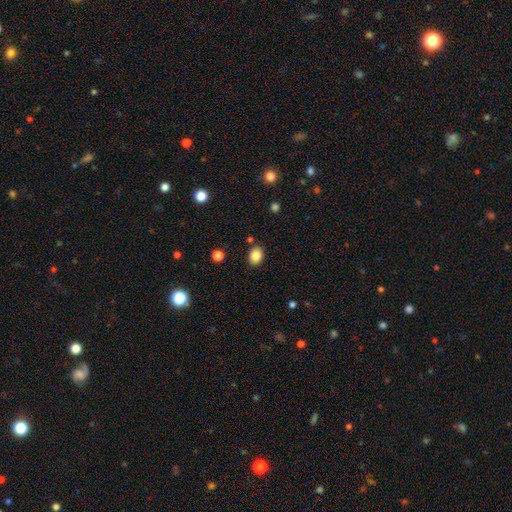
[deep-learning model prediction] Smooth or featured: smooth — 84% (star or artifact — 10%)
How rounded: in between — 55% (round — 44%)
Merging: none — 85% (minor disturbance — 9%)